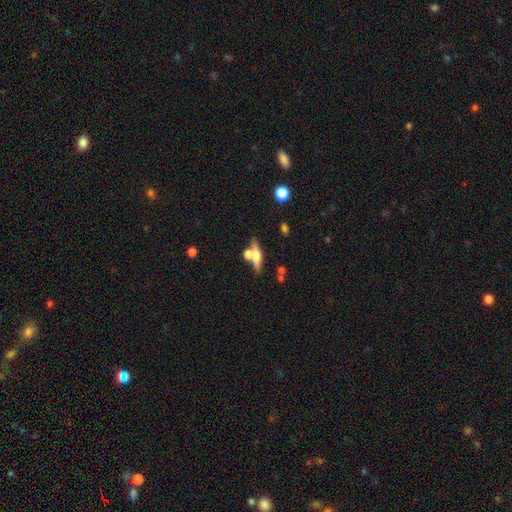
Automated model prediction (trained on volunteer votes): Q: Smooth or featured?
A: featured or disk (52%); runner-up: smooth (40%)
Q: Edge-on disk?
A: yes (90%); runner-up: no (10%)
Q: Merging?
A: none (62%); runner-up: merger (23%)